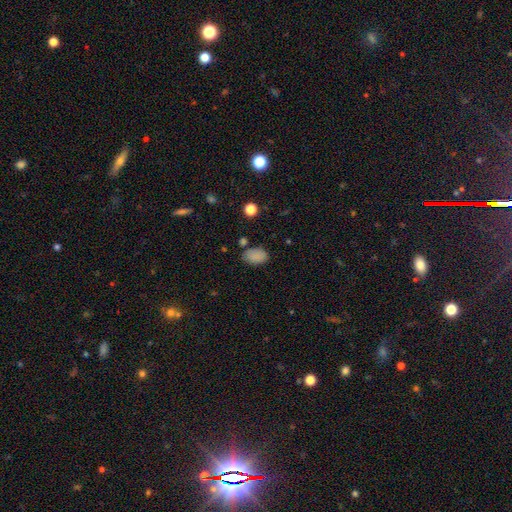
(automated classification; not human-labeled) Morphology: type=smooth (85%); roundness=in between (89%); merging=none (74%).